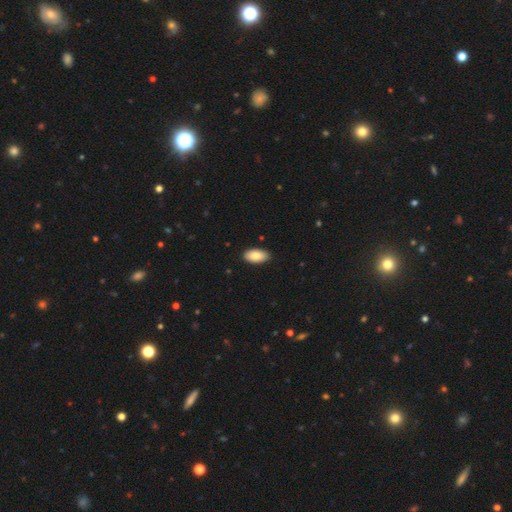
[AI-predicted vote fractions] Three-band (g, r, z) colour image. It shows a smooth galaxy with no disk features (86%) that is in between round and cigar-shaped (95%). Merging: none (89%).